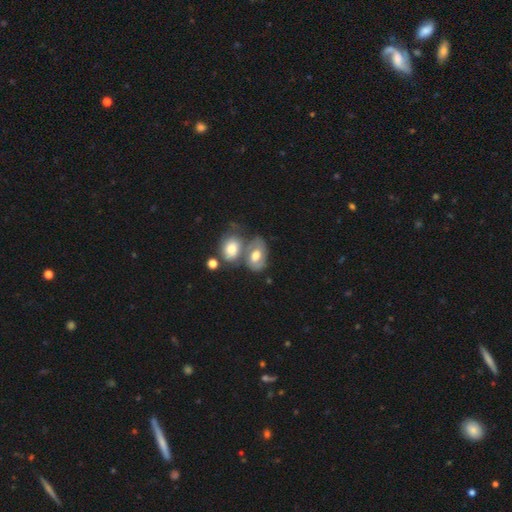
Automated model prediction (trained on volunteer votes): Smooth or featured? smooth (54%)
How rounded? in between (84%)
Merging? merger (47%)